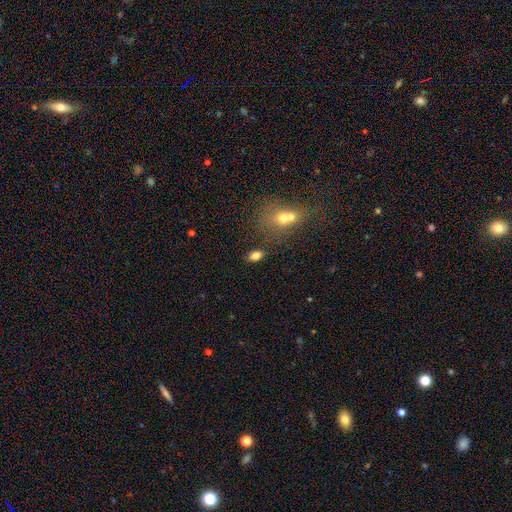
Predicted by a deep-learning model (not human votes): A smooth galaxy with no disk features (79%) that is in between round and cigar-shaped (81%). Merging: none (71%).